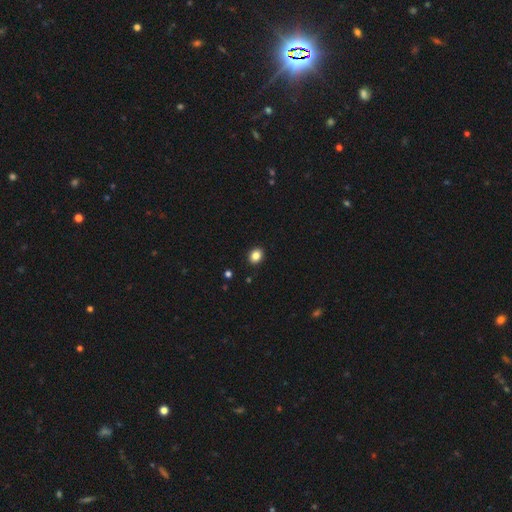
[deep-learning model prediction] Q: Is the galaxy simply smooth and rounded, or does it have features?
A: smooth — 85%.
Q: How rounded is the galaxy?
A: round — 51%.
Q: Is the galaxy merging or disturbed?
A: none — 91%.